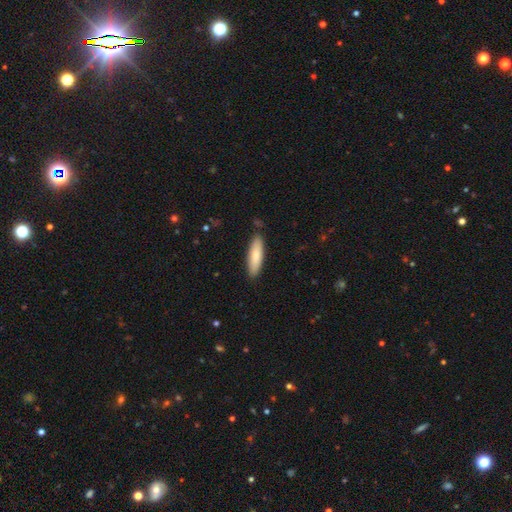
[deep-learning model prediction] Q: Smooth or featured?
A: smooth (81%); runner-up: featured or disk (14%)
Q: How rounded?
A: cigar-shaped (61%); runner-up: in between (37%)
Q: Merging?
A: none (86%); runner-up: minor disturbance (10%)